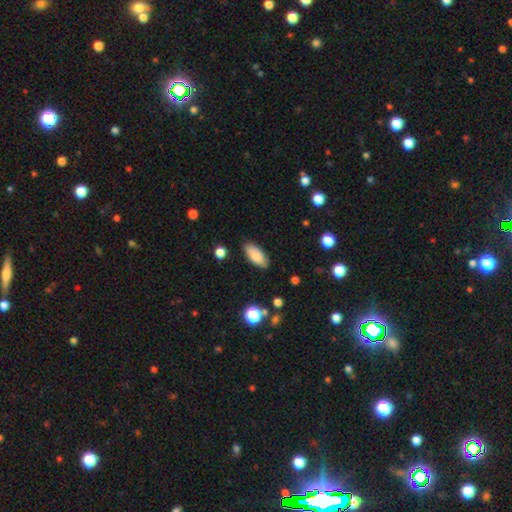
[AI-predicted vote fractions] The model was most divided on "merging": none: 84%, minor disturbance: 12%, major disturbance: 3%, merger: 1%. More confident: how rounded — in between (86%); smooth or featured — smooth (85%).